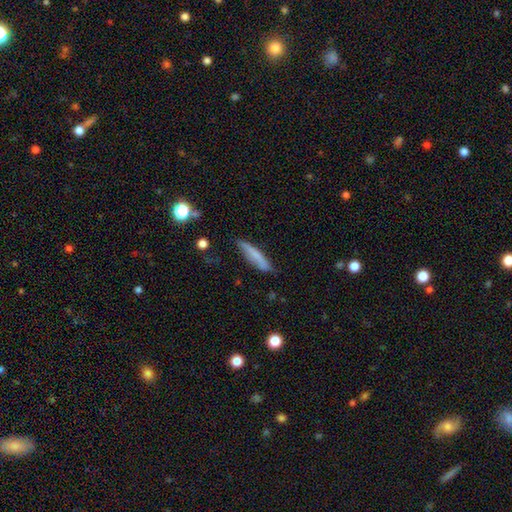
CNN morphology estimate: Smooth or featured?
  - smooth: 71% *
  - featured or disk: 22%
  - star or artifact: 7%
How rounded?
  - cigar-shaped: 87% *
  - in between: 11%
  - round: 2%
Merging?
  - none: 75% *
  - minor disturbance: 19%
  - major disturbance: 4%
  - merger: 2%